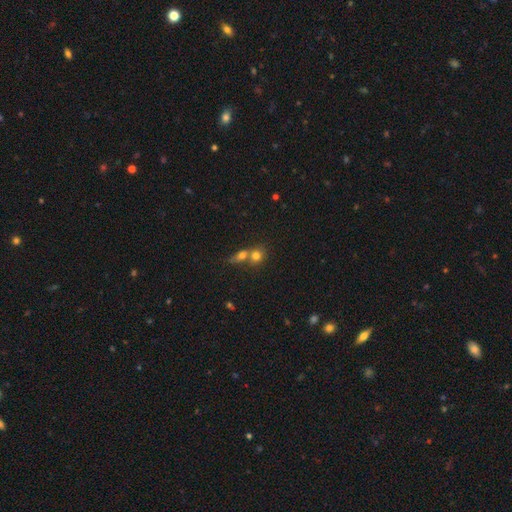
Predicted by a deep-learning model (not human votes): smooth_or_featured: smooth (p=0.74) [alt: featured or disk p=0.13]
how_rounded: round (p=0.72) [alt: in between p=0.25]
merging: merger (p=0.60) [alt: none p=0.31]